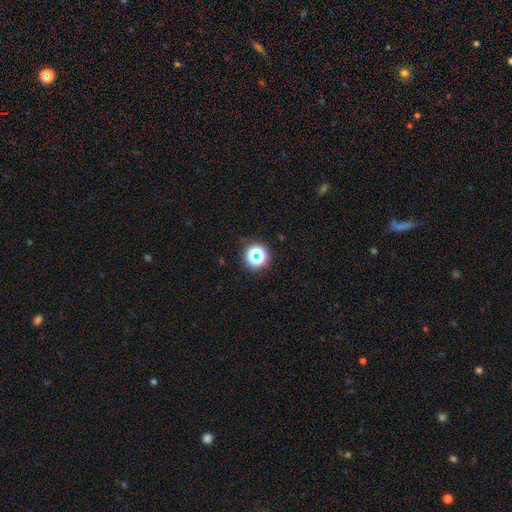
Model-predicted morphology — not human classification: This appears to be a star or artifact, not a galaxy (53%).